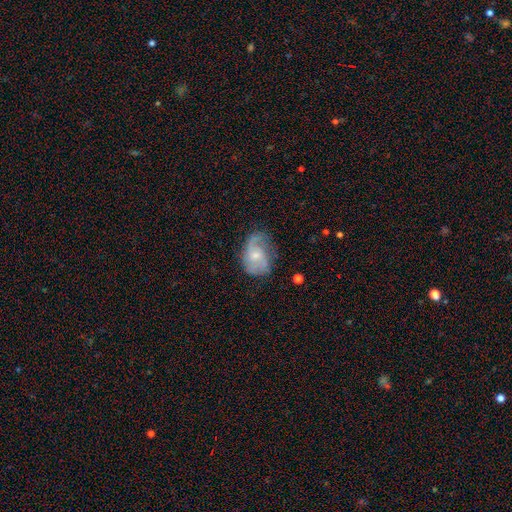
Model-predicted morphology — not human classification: A featured or disk galaxy (67%) with no bar (64%), 2 (56%) medium (44%) spiral arms (88%) and a small central bulge (57%).

Vote fractions:
- Smooth or featured? featured or disk: 67% / smooth: 26% / star or artifact: 7%
- Edge-on disk? no: 97% / yes: 3%
- Bar? no: 64% / weak: 32% / strong: 4%
- Spiral arms? yes: 88% / no: 12%
- Spiral winding? medium: 44% / loose: 31% / tight: 25%
- Spiral arm count? 2: 56% / can't tell: 19% / 1: 15% / 3: 6% / 4: 2% / more than 4: 2%
- Bulge size? small: 57% / moderate: 36% / none: 4% / large: 2% / dominant: 1%
- Merging? none: 55% / minor disturbance: 28% / major disturbance: 16% / merger: 2%